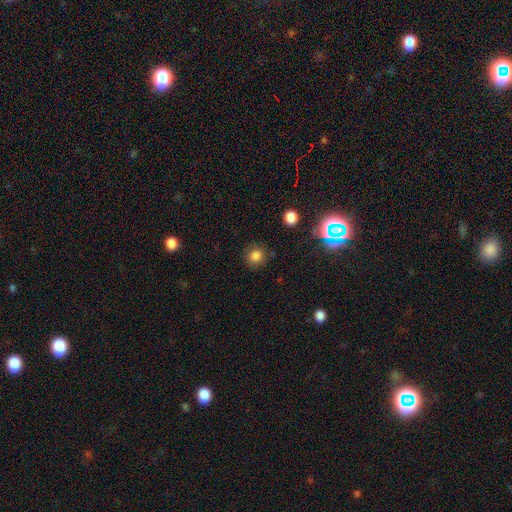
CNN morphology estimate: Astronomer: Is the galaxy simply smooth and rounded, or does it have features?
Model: smooth — 80%.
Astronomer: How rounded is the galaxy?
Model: round — 89%.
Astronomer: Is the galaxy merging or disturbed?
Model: none — 86%.